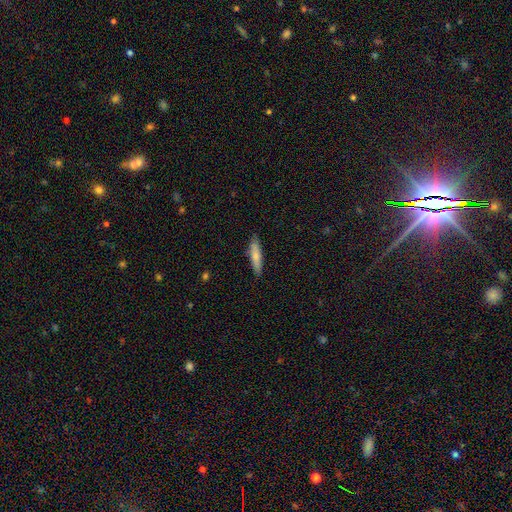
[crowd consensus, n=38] Morphology: type=smooth (76%); roundness=cigar-shaped (93%); merging=none (67%).